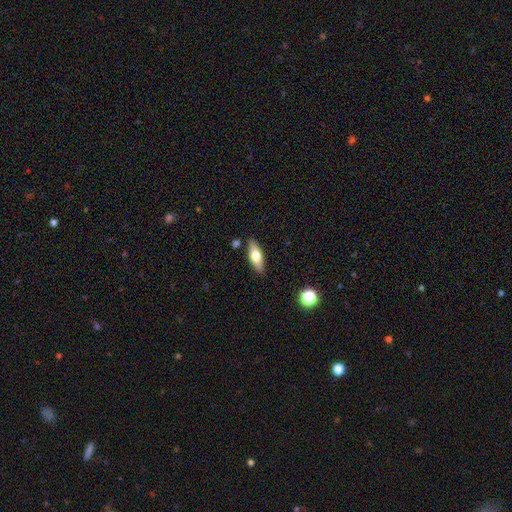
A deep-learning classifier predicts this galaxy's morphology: smooth-or-featured: smooth: 61% | featured or disk: 32% | star or artifact: 7%
  how-rounded: in between: 64% | cigar-shaped: 33% | round: 3%
  merging: none: 85% | minor disturbance: 10% | merger: 3% | major disturbance: 2%